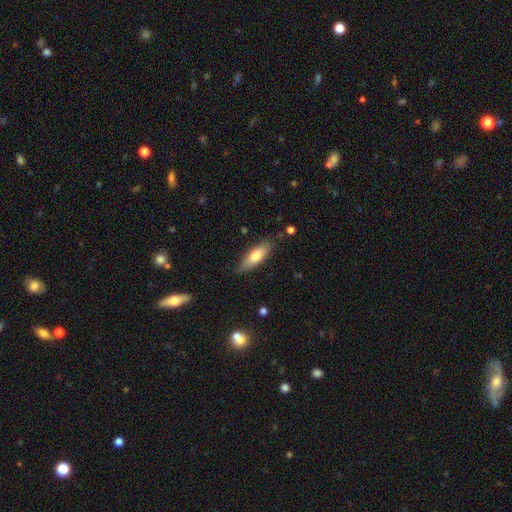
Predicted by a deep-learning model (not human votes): Smooth or featured: smooth — 73% (featured or disk — 21%)
How rounded: in between — 58% (cigar-shaped — 40%)
Merging: none — 80% (minor disturbance — 16%)